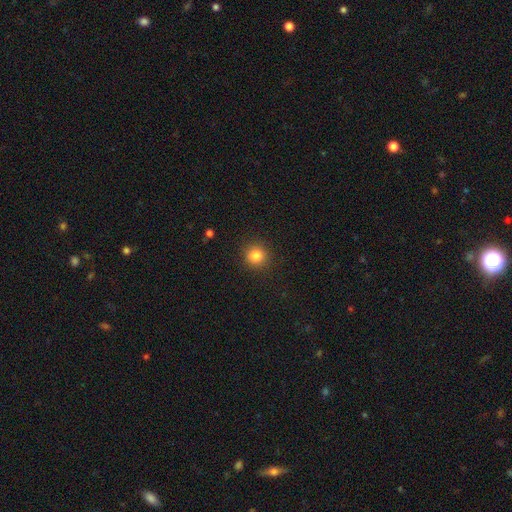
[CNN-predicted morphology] Q: Smooth or featured?
A: smooth (83%); runner-up: star or artifact (12%)
Q: How rounded?
A: round (92%); runner-up: in between (8%)
Q: Merging?
A: none (90%); runner-up: minor disturbance (6%)